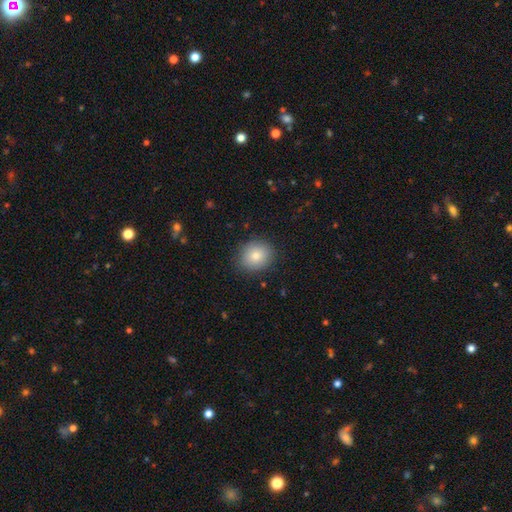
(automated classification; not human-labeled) Smooth or featured? smooth (82%)
How rounded? round (76%)
Merging? none (87%)